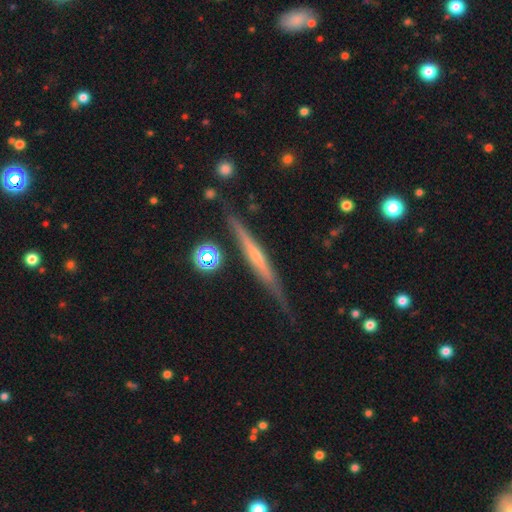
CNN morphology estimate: The model was most divided on "edge-on bulge": none: 54%, rounded: 38%, boxy: 8%. More confident: edge-on disk — yes (96%); merging — none (79%); smooth or featured — featured or disk (71%).